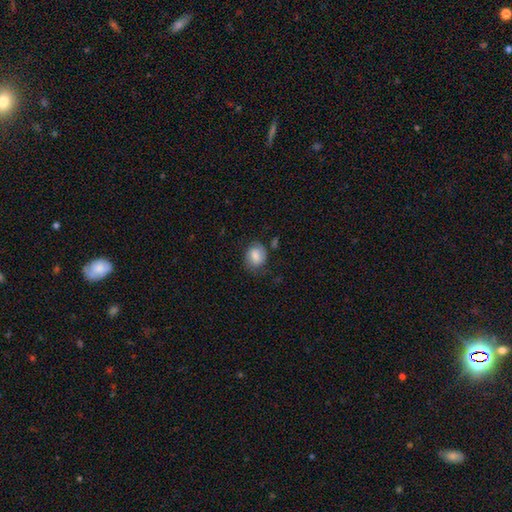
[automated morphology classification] smooth 70%, featured or disk 22%, star or artifact 8%. Down the decision tree: how rounded — round (54%); merging — none (61%).